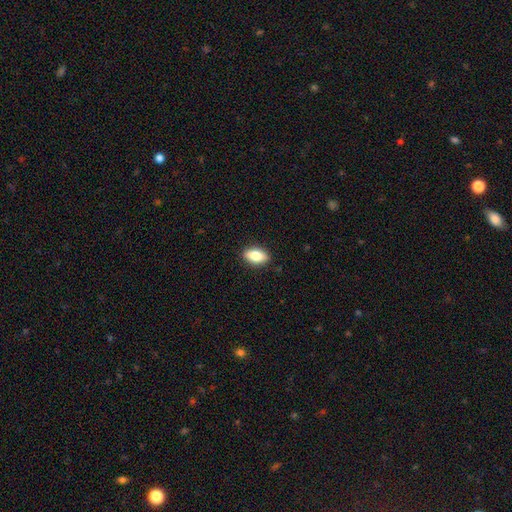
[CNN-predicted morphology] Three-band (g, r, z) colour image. It shows a smooth galaxy with no disk features (82%) that is in between round and cigar-shaped (88%). Merging: none (88%).